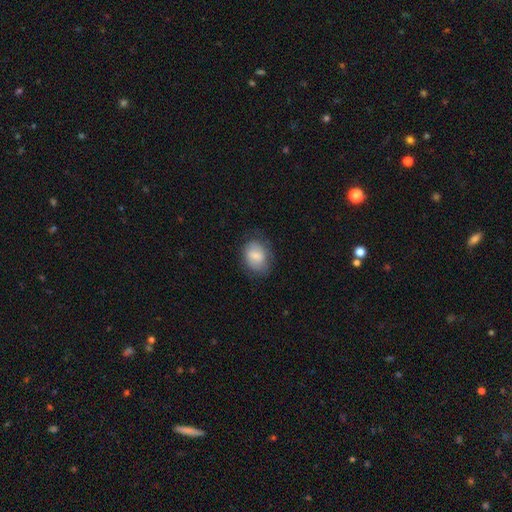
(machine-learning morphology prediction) This is likely a smooth galaxy (76%). How rounded: likely in between (65%). Merging: likely none (68%).